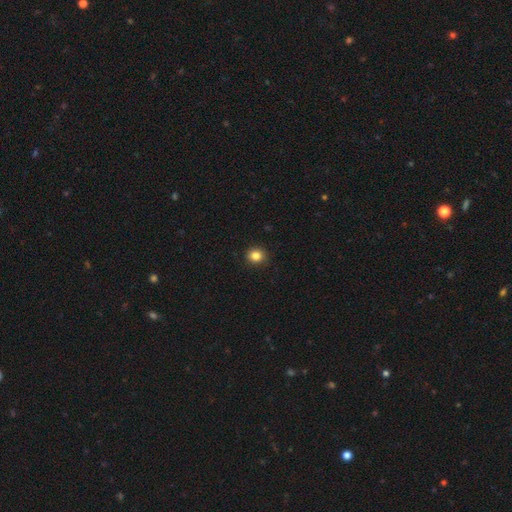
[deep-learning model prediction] Smooth or featured?
  - smooth: 84% *
  - star or artifact: 11%
  - featured or disk: 4%
How rounded?
  - round: 84% *
  - in between: 15%
  - cigar-shaped: 1%
Merging?
  - none: 91% *
  - minor disturbance: 6%
  - major disturbance: 2%
  - merger: 1%